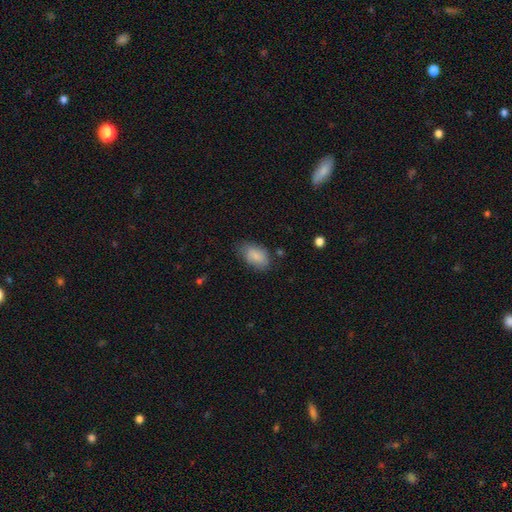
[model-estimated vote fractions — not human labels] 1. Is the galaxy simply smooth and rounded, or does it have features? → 83% smooth, 10% featured or disk, 7% star or artifact.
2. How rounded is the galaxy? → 91% in between, 7% round, 2% cigar-shaped.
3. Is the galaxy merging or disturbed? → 67% none, 25% minor disturbance, 6% major disturbance, 2% merger.